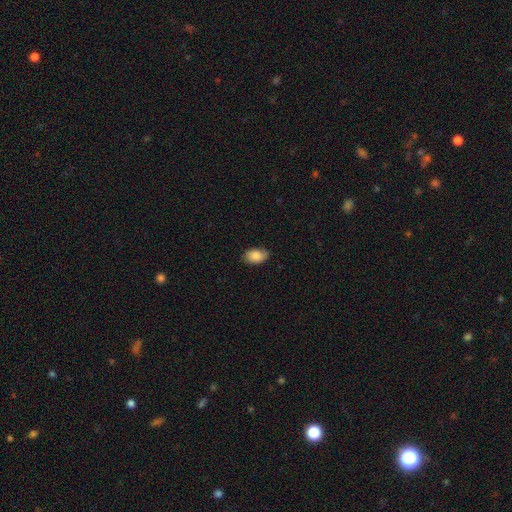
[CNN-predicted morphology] This appears to be a smooth galaxy with no disk features (85%) that is in between round and cigar-shaped (89%). Merging: none (80%).